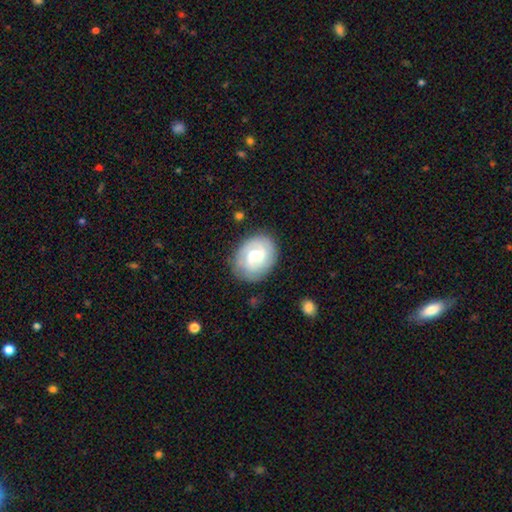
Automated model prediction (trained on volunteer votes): This is likely a featured or disk galaxy (72%). It is clearly not viewed edge-on (97%). Bar: possibly weak (56%). Spiral arm pattern: clearly yes (89%). Spiral arm count: likely 2 (67%). Spiral winding: possibly tight (47%). Central bulge: likely moderate (67%). Merging: likely none (79%).